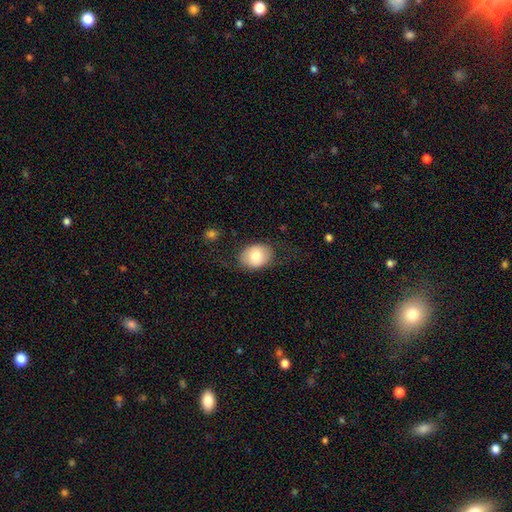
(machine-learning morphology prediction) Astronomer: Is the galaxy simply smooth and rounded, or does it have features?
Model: smooth — 76%.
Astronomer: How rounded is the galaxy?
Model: in between — 63%.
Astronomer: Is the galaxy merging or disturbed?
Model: none — 73%.